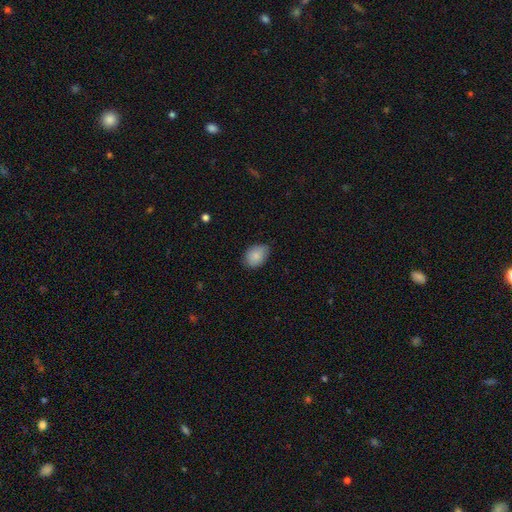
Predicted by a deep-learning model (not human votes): smooth-or-featured: smooth: 86% | featured or disk: 7% | star or artifact: 7%
  how-rounded: in between: 75% | round: 24% | cigar-shaped: 1%
  merging: none: 69% | minor disturbance: 26% | major disturbance: 4% | merger: 1%